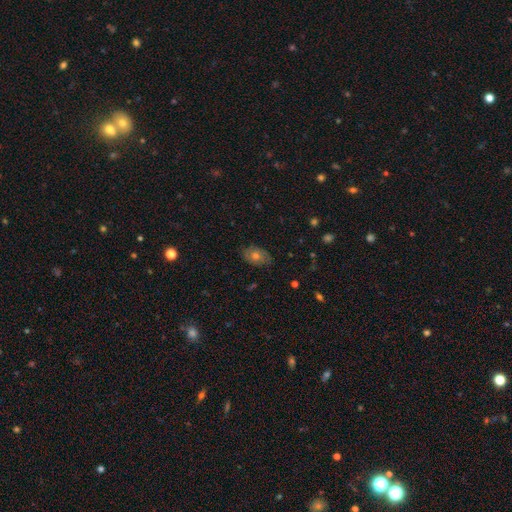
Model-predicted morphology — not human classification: type=smooth (45%); merging=none (79%).